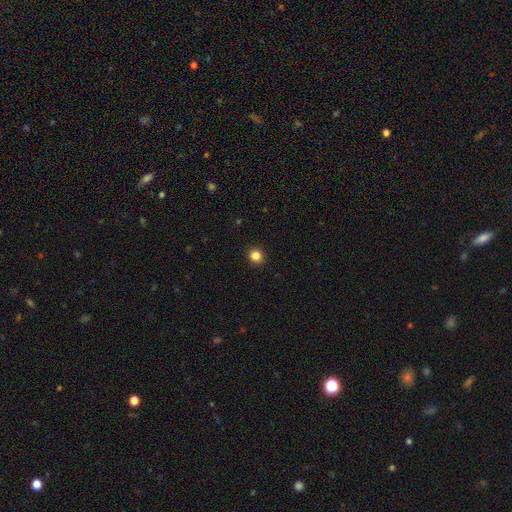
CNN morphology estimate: smooth 85%, star or artifact 12%, featured or disk 3%. Down the decision tree: how rounded — round (89%); merging — none (92%).